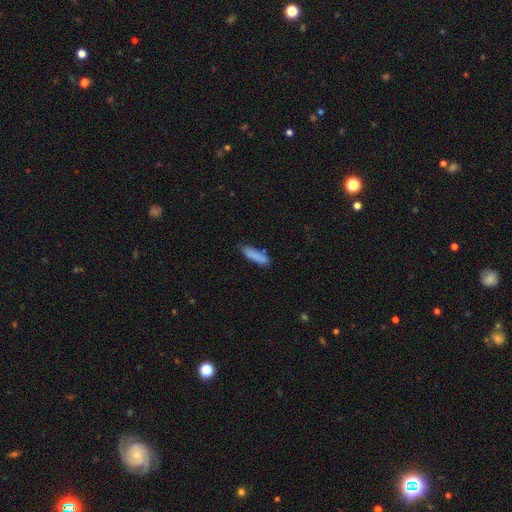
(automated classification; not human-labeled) A smooth galaxy with no disk features (85%) that is cigar-shaped (67%). Merging: none (75%).